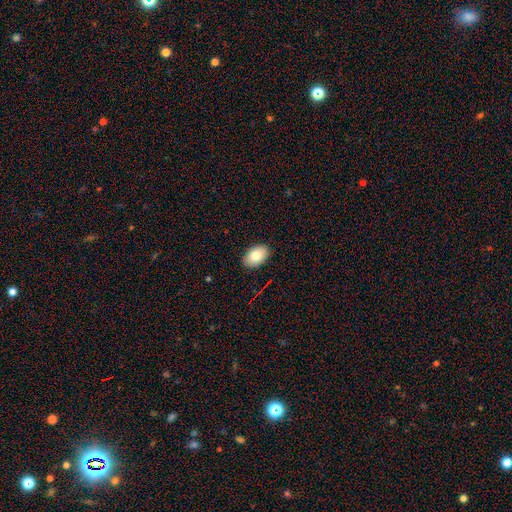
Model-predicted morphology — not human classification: smooth_or_featured: smooth (p=0.80) [alt: featured or disk p=0.13]
how_rounded: in between (p=0.91) [alt: round p=0.08]
merging: none (p=0.89) [alt: minor disturbance p=0.08]